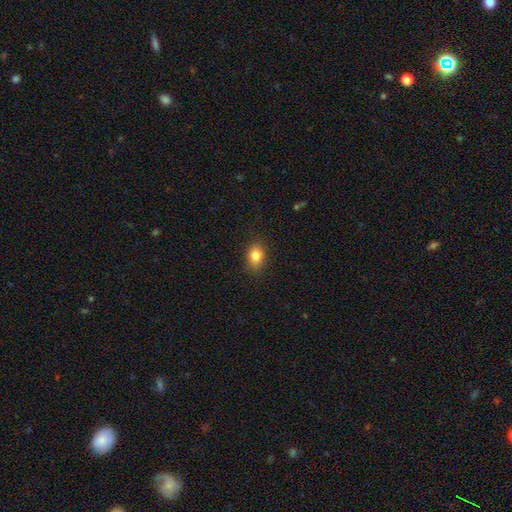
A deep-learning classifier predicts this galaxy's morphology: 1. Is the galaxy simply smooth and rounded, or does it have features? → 83% smooth, 10% star or artifact, 7% featured or disk.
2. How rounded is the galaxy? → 69% in between, 29% round, 2% cigar-shaped.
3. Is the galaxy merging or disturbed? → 84% none, 12% minor disturbance, 3% major disturbance, 1% merger.